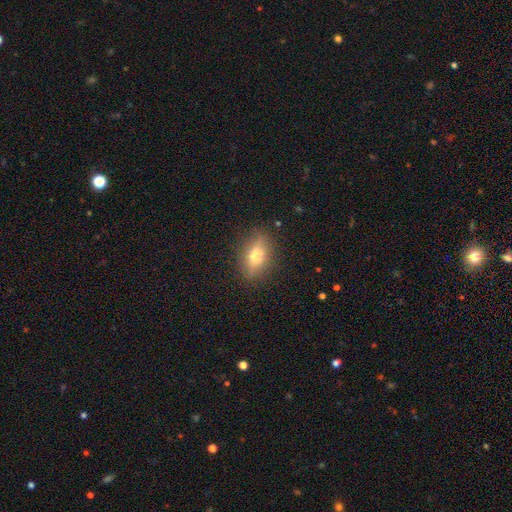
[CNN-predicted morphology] A smooth galaxy with no disk features (63%) that is in between round and cigar-shaped (77%). Merging: none (85%).